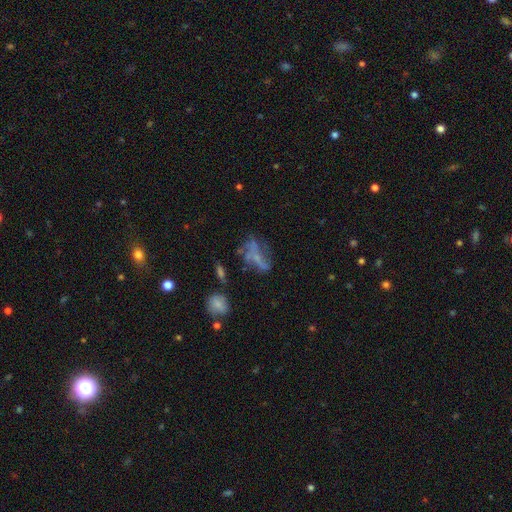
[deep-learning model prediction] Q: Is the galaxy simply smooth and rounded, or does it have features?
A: featured or disk — 53%.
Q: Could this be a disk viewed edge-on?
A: no — 93%.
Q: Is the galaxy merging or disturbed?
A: none — 37%.